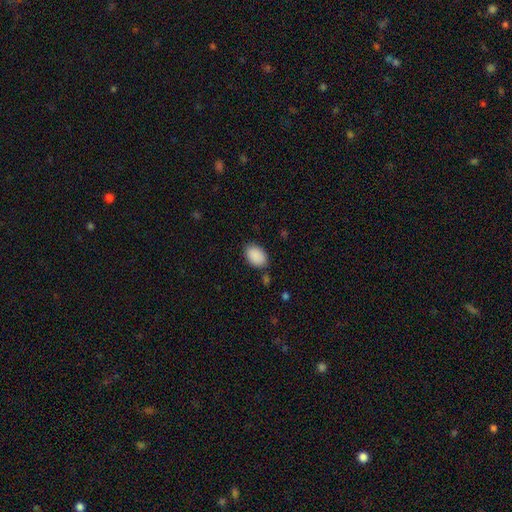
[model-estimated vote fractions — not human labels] Smooth or featured?
  - smooth: 90% *
  - star or artifact: 7%
  - featured or disk: 3%
How rounded?
  - in between: 85% *
  - round: 14%
  - cigar-shaped: 1%
Merging?
  - none: 82% *
  - minor disturbance: 12%
  - major disturbance: 3%
  - merger: 3%